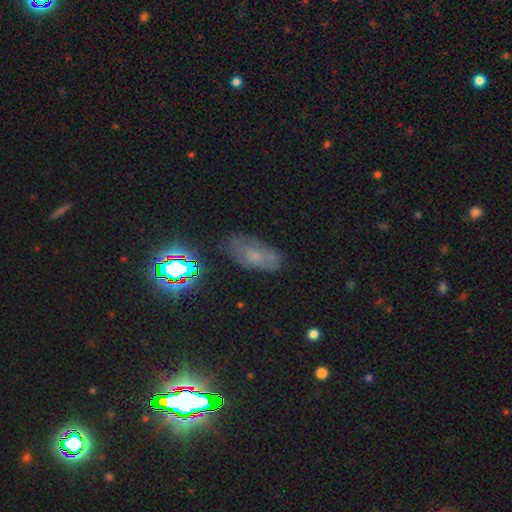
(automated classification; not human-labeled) Smooth or featured?
  - smooth: 40% *
  - star or artifact: 30%
  - featured or disk: 30%
Merging?
  - none: 66% *
  - minor disturbance: 23%
  - major disturbance: 9%
  - merger: 3%